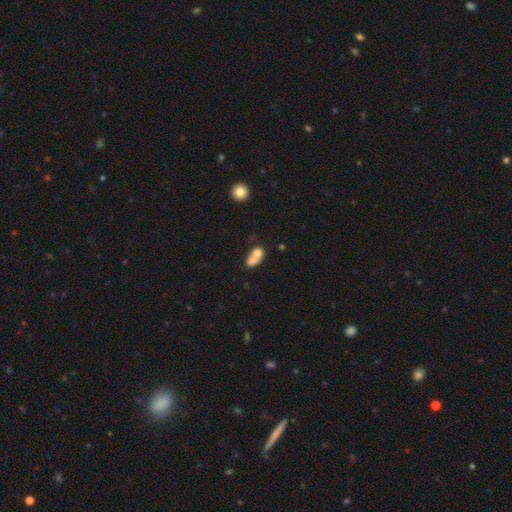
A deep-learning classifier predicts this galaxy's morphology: This appears to be a smooth galaxy with no disk features (69%) that is in between round and cigar-shaped (68%). Merging: merger (61%).